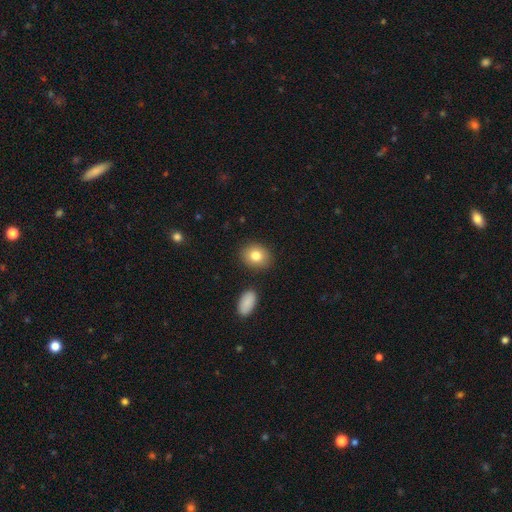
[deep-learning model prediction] The model was most divided on "how rounded": round: 53%, in between: 46%, cigar-shaped: 1%. More confident: merging — none (86%); smooth or featured — smooth (81%).